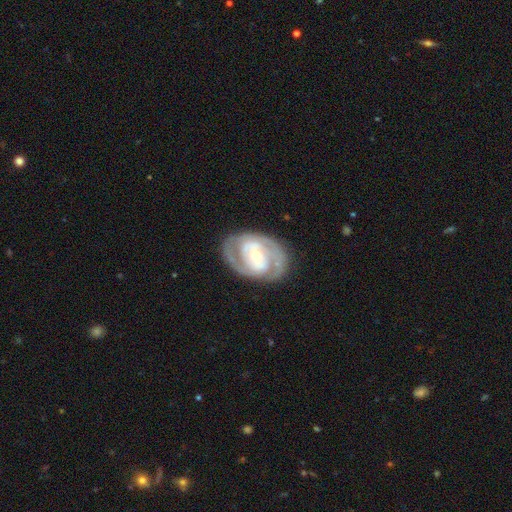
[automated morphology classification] A featured or disk galaxy (83%) with a weak bar (38%), 2 (72%) tight (53%) spiral arms (82%) and a moderate central bulge (52%).

Vote fractions:
- Smooth or featured? featured or disk: 83% / smooth: 13% / star or artifact: 5%
- Edge-on disk? no: 96% / yes: 4%
- Bar? weak: 38% / no: 34% / strong: 27%
- Spiral arms? yes: 82% / no: 18%
- Spiral winding? tight: 53% / medium: 37% / loose: 10%
- Spiral arm count? 2: 72% / can't tell: 16% / 3: 5% / 1: 3% / 4: 2% / more than 4: 2%
- Bulge size? moderate: 52% / small: 40% / large: 5% / none: 1% / dominant: 1%
- Merging? none: 78% / minor disturbance: 14% / major disturbance: 6% / merger: 1%